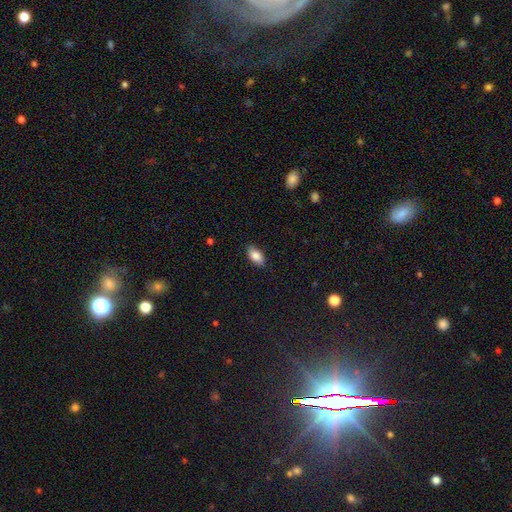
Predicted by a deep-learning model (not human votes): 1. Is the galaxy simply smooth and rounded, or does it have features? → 84% smooth, 8% featured or disk, 7% star or artifact.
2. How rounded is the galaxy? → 92% in between, 5% cigar-shaped, 3% round.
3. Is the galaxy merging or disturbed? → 86% none, 10% minor disturbance, 2% major disturbance, 1% merger.